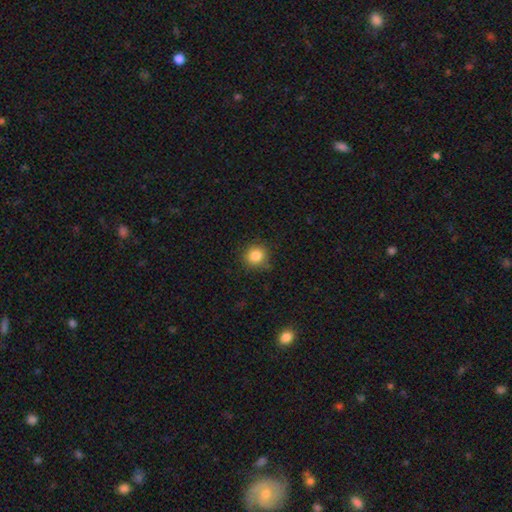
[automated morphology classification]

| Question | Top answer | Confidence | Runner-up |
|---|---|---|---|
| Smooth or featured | smooth | 85% | star or artifact (11%) |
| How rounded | round | 91% | in between (8%) |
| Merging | none | 86% | minor disturbance (10%) |